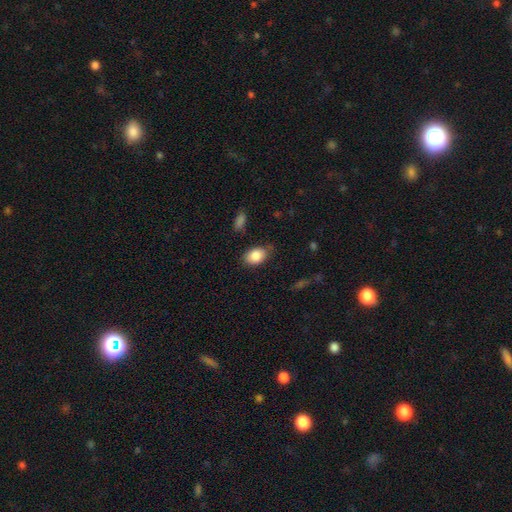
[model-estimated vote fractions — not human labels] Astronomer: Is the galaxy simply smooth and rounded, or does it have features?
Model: smooth — 86%.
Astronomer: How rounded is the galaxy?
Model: in between — 82%.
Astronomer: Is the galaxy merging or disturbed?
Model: none — 77%.